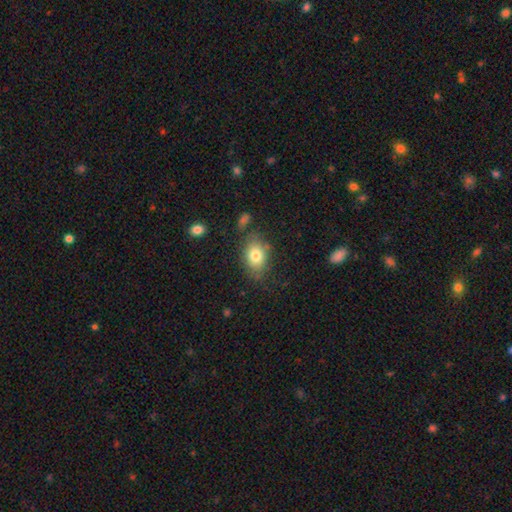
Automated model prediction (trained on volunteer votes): Smooth or featured?
  - smooth: 78% *
  - featured or disk: 13%
  - star or artifact: 9%
How rounded?
  - in between: 77% *
  - round: 21%
  - cigar-shaped: 2%
Merging?
  - none: 73% *
  - minor disturbance: 18%
  - major disturbance: 5%
  - merger: 4%